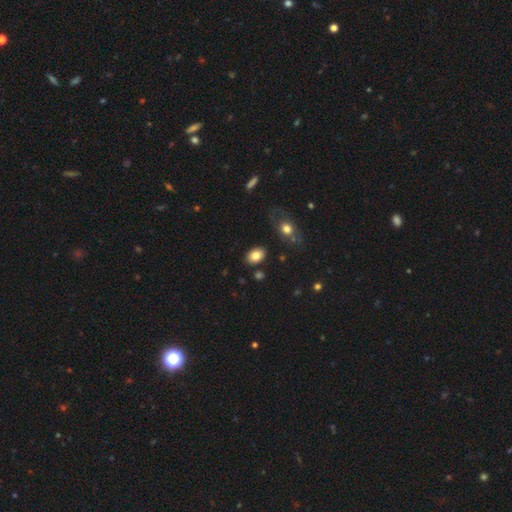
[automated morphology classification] A smooth galaxy with no disk features (82%) that is in between round and cigar-shaped (78%). Merging: none (85%).